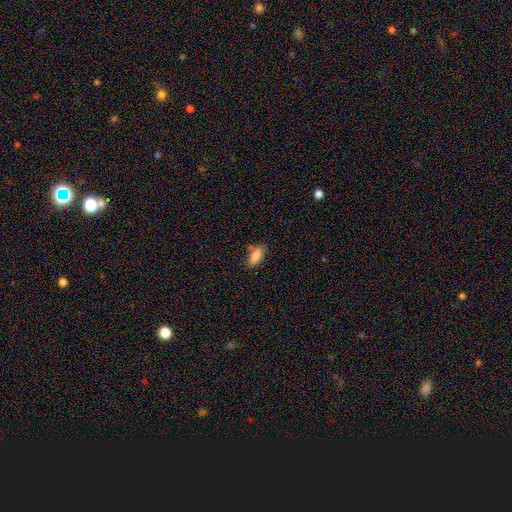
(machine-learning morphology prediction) A smooth galaxy with no disk features (85%) that is in between round and cigar-shaped (86%). Merging: none (71%).